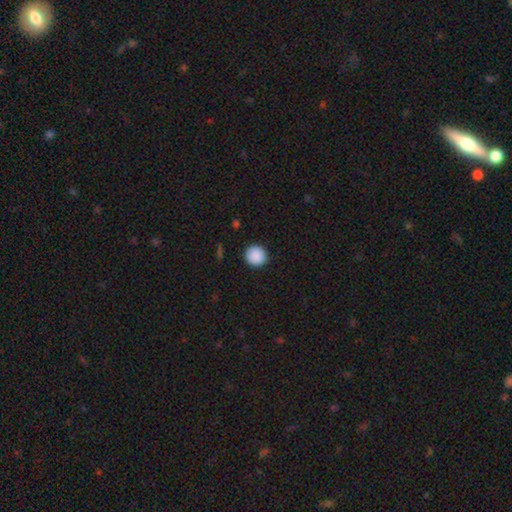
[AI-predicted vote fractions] The model was most divided on "smooth or featured": smooth: 90%, star or artifact: 8%, featured or disk: 2%. More confident: how rounded — round (95%); merging — none (91%).